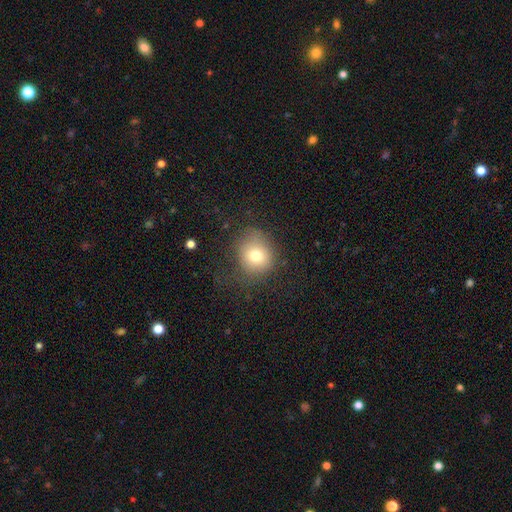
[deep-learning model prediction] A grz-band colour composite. It shows a smooth galaxy with no disk features (74%) that is round (78%). Merging: none (66%).